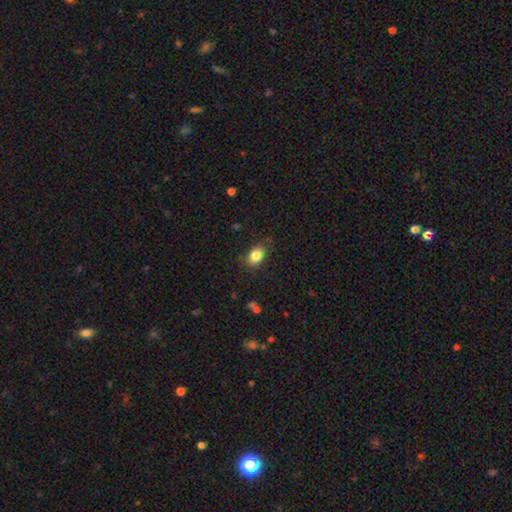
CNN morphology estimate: This is clearly a smooth galaxy (84%). How rounded: likely in between (77%). Merging: clearly none (83%).